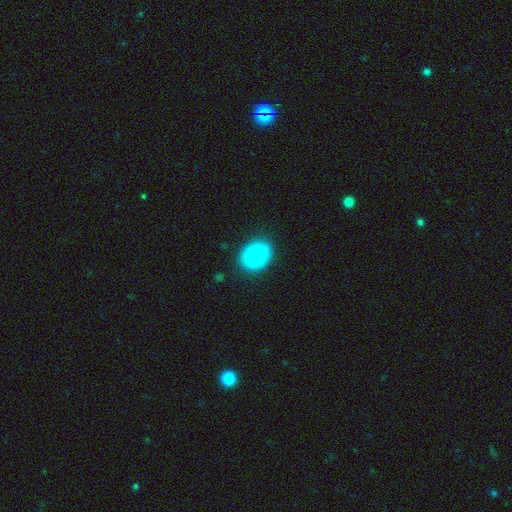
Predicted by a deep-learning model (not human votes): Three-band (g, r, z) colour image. It shows a smooth galaxy with no disk features (82%) that is round (53%). Merging: none (83%).